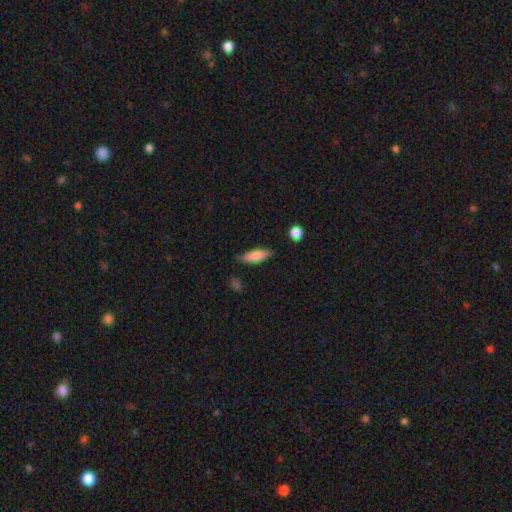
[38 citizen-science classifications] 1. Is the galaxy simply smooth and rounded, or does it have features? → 68% smooth, 26% featured or disk, 5% star or artifact.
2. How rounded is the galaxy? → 81% in between, 12% cigar-shaped, 8% round.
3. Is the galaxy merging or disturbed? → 64% none, 28% minor disturbance, 6% major disturbance, 3% merger.